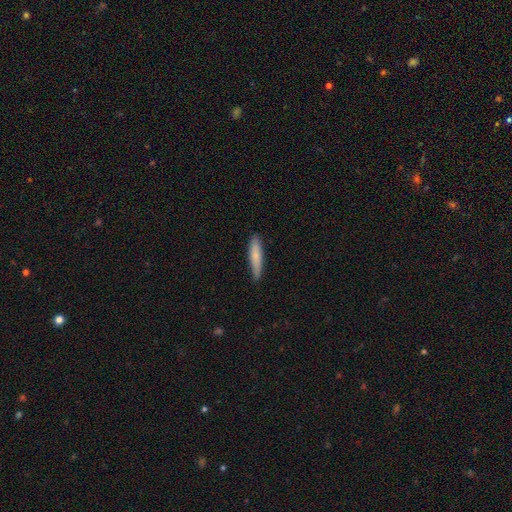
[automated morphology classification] smooth_or_featured: smooth (p=0.76) [alt: featured or disk p=0.18]
how_rounded: cigar-shaped (p=0.83) [alt: in between p=0.16]
merging: none (p=0.78) [alt: minor disturbance p=0.18]